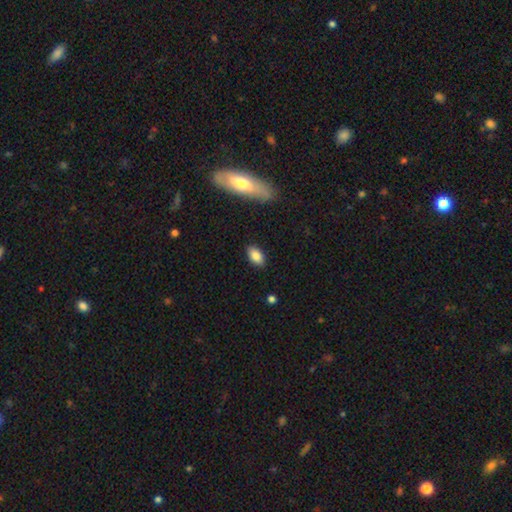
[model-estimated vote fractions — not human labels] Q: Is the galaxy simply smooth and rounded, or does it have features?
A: smooth — 85%.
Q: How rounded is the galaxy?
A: in between — 91%.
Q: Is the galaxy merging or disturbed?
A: none — 87%.